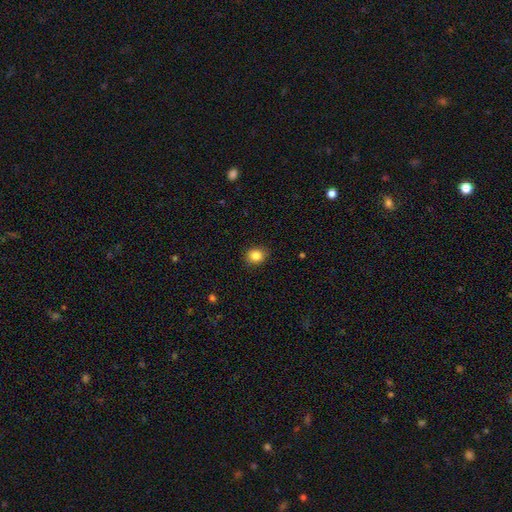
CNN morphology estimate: Smooth or featured?
  - smooth: 85% *
  - star or artifact: 10%
  - featured or disk: 5%
How rounded?
  - round: 70% *
  - in between: 29%
  - cigar-shaped: 1%
Merging?
  - none: 88% *
  - minor disturbance: 9%
  - major disturbance: 2%
  - merger: 1%